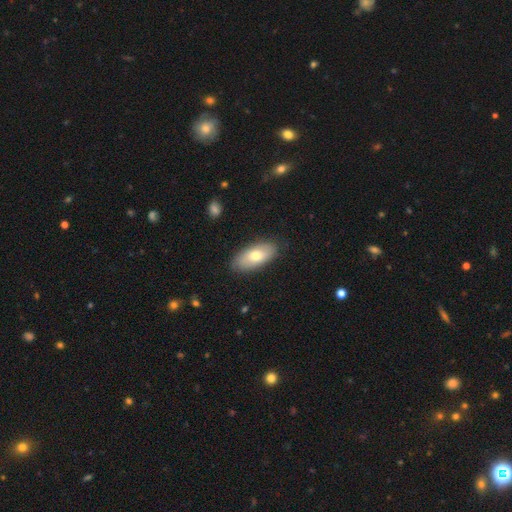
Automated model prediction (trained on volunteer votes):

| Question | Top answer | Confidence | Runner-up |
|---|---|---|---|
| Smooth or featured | smooth | 67% | featured or disk (27%) |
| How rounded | in between | 90% | cigar-shaped (7%) |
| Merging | none | 85% | minor disturbance (12%) |